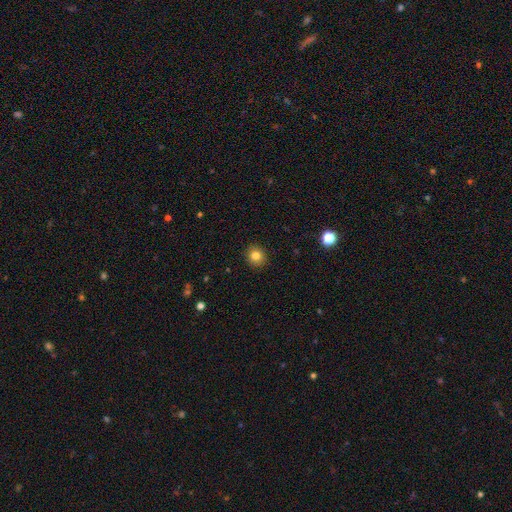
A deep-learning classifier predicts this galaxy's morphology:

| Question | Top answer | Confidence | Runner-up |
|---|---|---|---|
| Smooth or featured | smooth | 82% | star or artifact (11%) |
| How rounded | round | 84% | in between (15%) |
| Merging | none | 91% | minor disturbance (6%) |